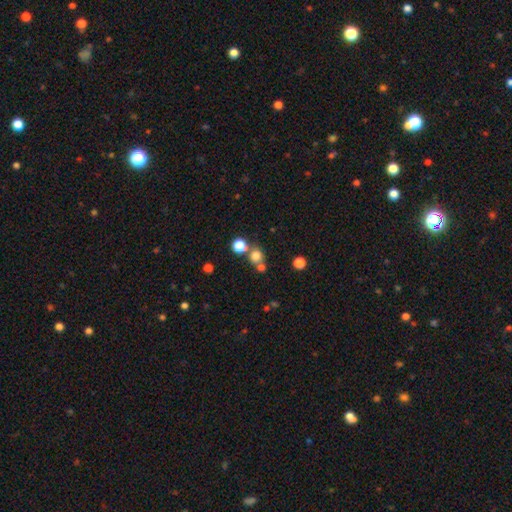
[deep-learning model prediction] Smooth or featured? Predicted: smooth (p=0.73). How rounded? Predicted: round (p=0.83). Merging? Predicted: none (p=0.56).